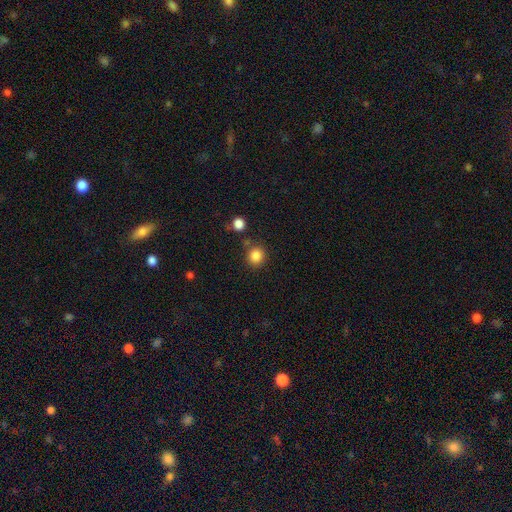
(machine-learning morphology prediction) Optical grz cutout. It shows a smooth galaxy with no disk features (85%) that is round (88%). Merging: none (80%).